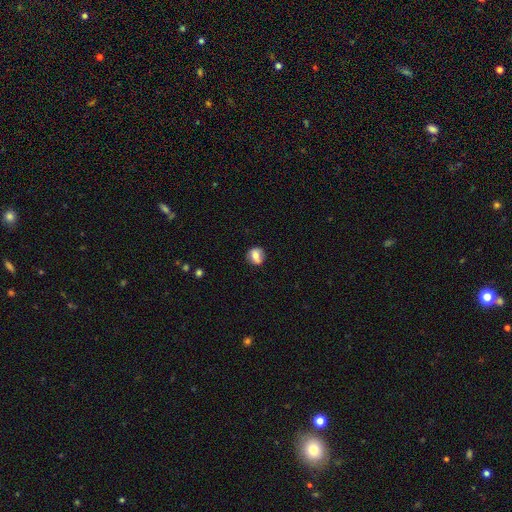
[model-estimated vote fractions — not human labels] Overall: smooth (69%). How rounded: round (71%). Merging: none (74%).